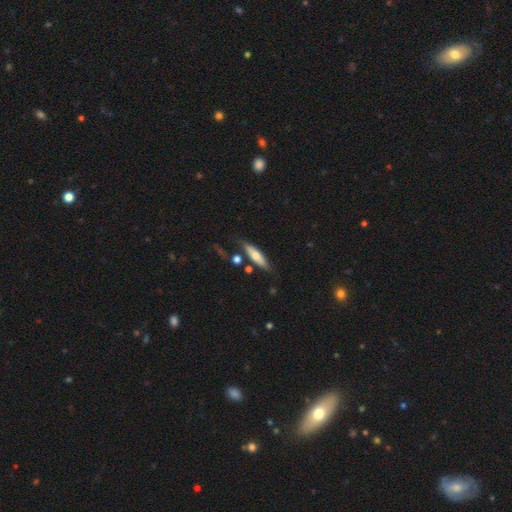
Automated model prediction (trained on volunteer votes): smooth_or_featured: smooth (p=0.62) [alt: featured or disk p=0.32]
how_rounded: cigar-shaped (p=0.69) [alt: in between p=0.29]
merging: none (p=0.71) [alt: minor disturbance p=0.17]